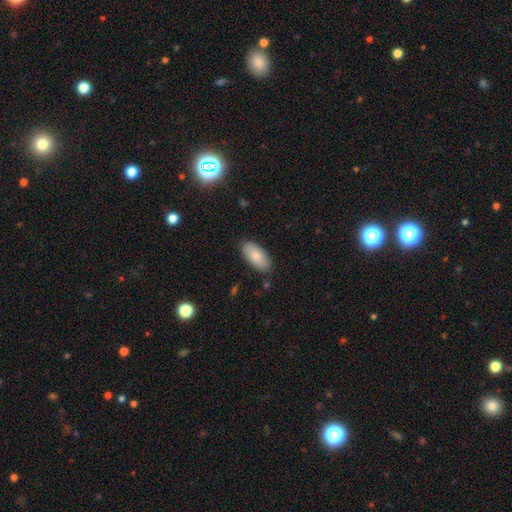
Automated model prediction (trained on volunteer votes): The model was most divided on "smooth or featured": smooth: 83%, featured or disk: 11%, star or artifact: 6%. More confident: how rounded — in between (93%); merging — none (85%).